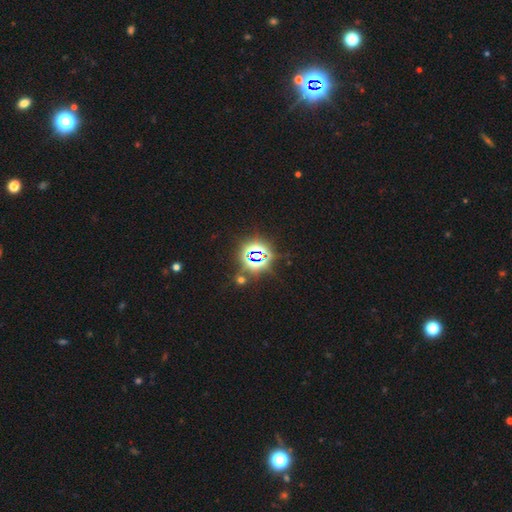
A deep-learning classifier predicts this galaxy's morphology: This appears to be a star or artifact, not a galaxy (79%).